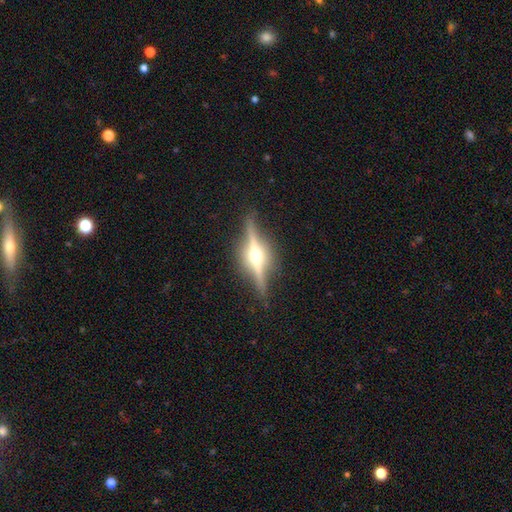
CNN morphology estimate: The model was most divided on "smooth or featured": featured or disk: 86%, smooth: 8%, star or artifact: 6%. More confident: edge-on disk — yes (97%); edge-on bulge — rounded (94%); merging — none (87%).